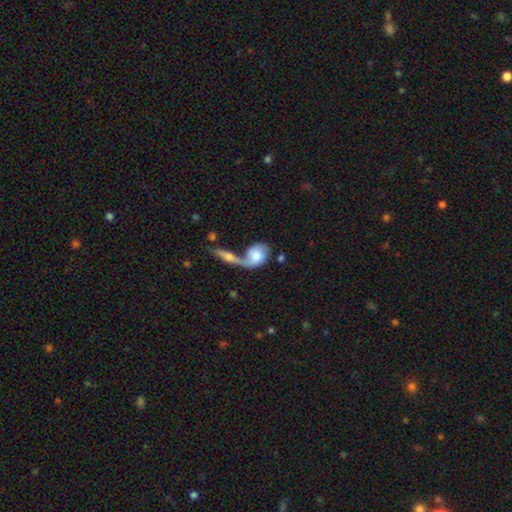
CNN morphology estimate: Smooth or featured? smooth (47%)
Merging? merger (63%)